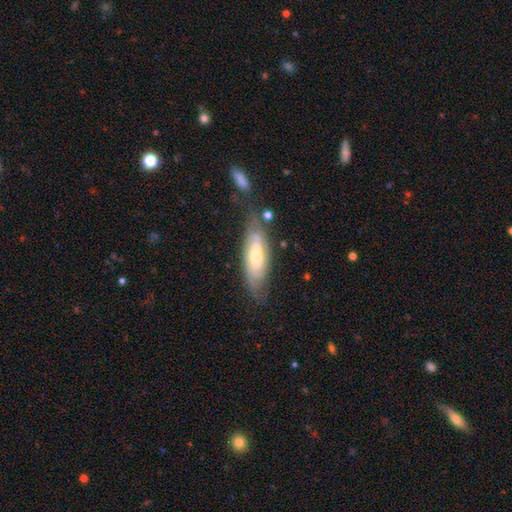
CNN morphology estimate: This is likely a featured or disk galaxy (61%). It is likely not viewed edge-on (77%). Merging: likely none (61%).